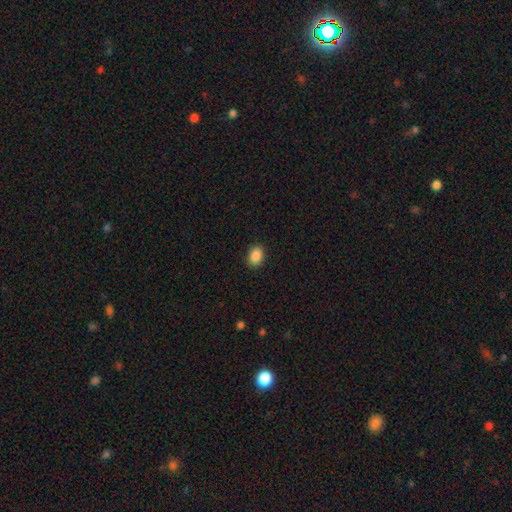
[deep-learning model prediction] This appears to be a smooth galaxy with no disk features (89%) that is in between round and cigar-shaped (78%). Merging: none (90%).